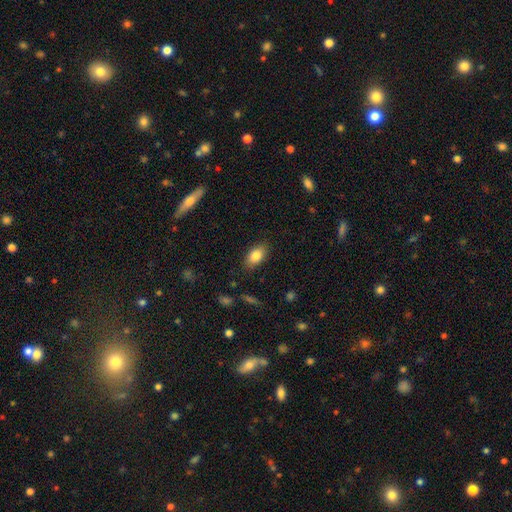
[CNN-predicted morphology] type=smooth (84%); roundness=in between (90%); merging=none (85%).